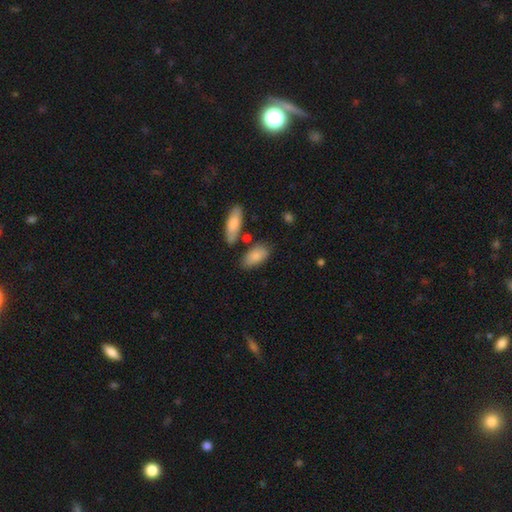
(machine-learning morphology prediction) Smooth or featured? Predicted: smooth (p=0.83). How rounded? Predicted: in between (p=0.90). Merging? Predicted: none (p=0.68).